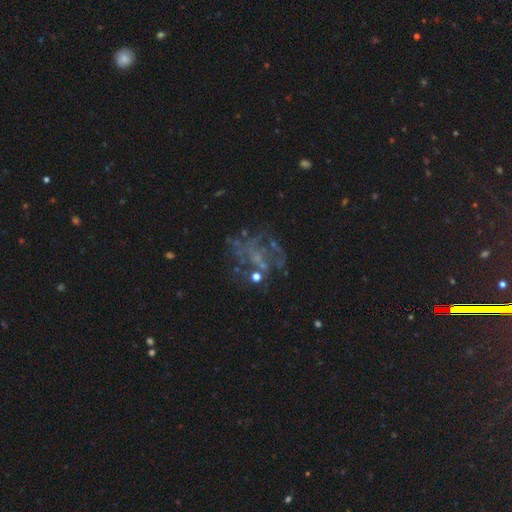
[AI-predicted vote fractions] Smooth or featured? featured or disk (63%)
Edge-on disk? no (98%)
Bar? no (80%)
Spiral arms? no (62%)
Bulge size? none (64%)
Merging? none (46%)